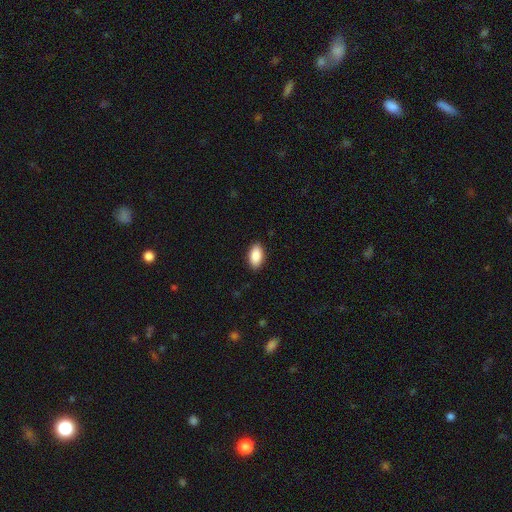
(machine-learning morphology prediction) This appears to be a smooth galaxy with no disk features (89%) that is in between round and cigar-shaped (94%). Merging: none (88%).